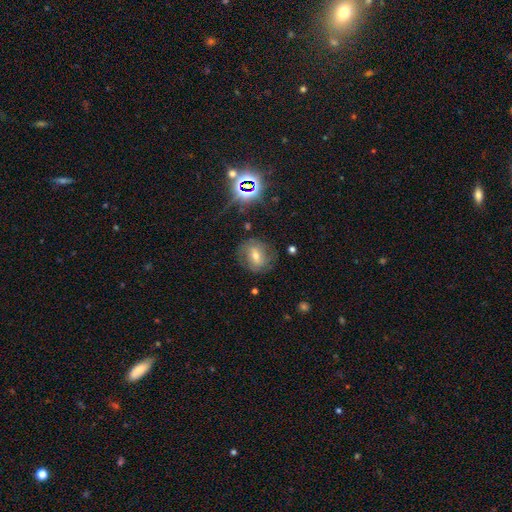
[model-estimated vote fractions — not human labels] Morphology: type=featured or disk (49%); merging=none (71%).